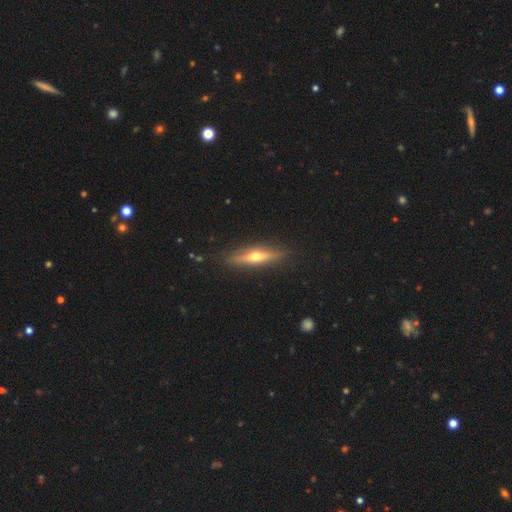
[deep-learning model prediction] Smooth or featured?
  - featured or disk: 61% *
  - smooth: 33%
  - star or artifact: 6%
Edge-on disk?
  - yes: 93% *
  - no: 7%
Edge-on bulge?
  - rounded: 92% *
  - none: 5%
  - boxy: 3%
Merging?
  - none: 89% *
  - minor disturbance: 8%
  - major disturbance: 2%
  - merger: 1%